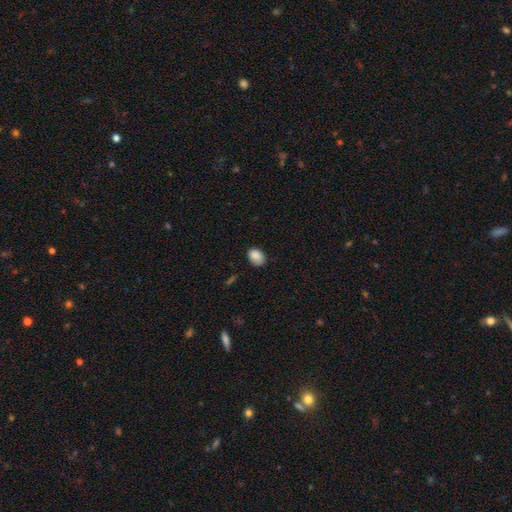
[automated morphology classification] smooth_or_featured: smooth (p=0.88) [alt: star or artifact p=0.08]
how_rounded: in between (p=0.70) [alt: round p=0.29]
merging: none (p=0.77) [alt: minor disturbance p=0.18]